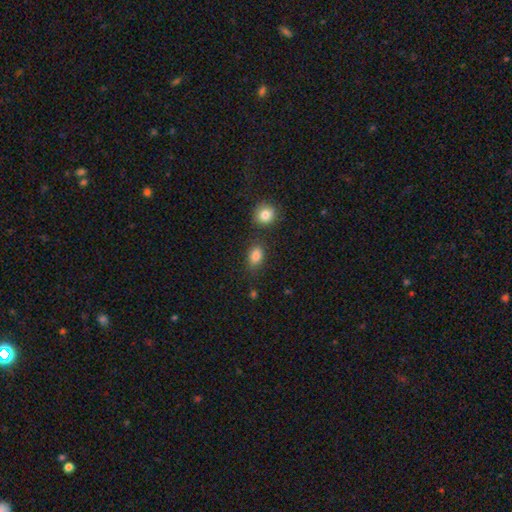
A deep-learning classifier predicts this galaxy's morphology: Smooth or featured? Predicted: smooth (p=0.85). How rounded? Predicted: in between (p=0.81). Merging? Predicted: none (p=0.74).